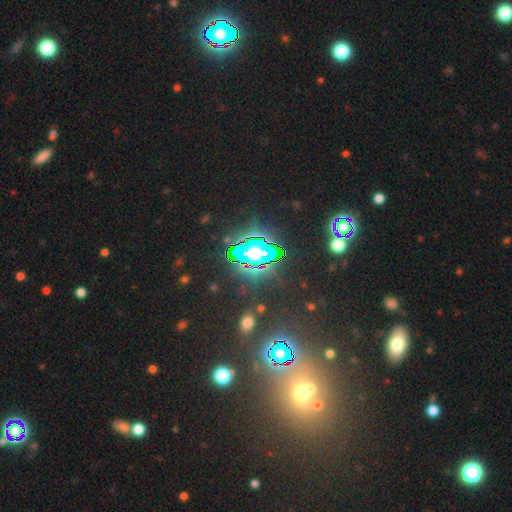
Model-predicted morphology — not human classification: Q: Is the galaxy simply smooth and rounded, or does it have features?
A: star or artifact — 76%.